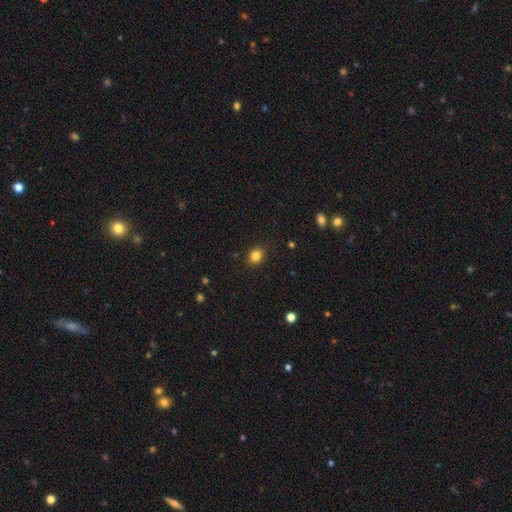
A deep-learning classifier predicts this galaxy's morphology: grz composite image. It shows a smooth galaxy with no disk features (83%) that is round (60%). Merging: none (88%).